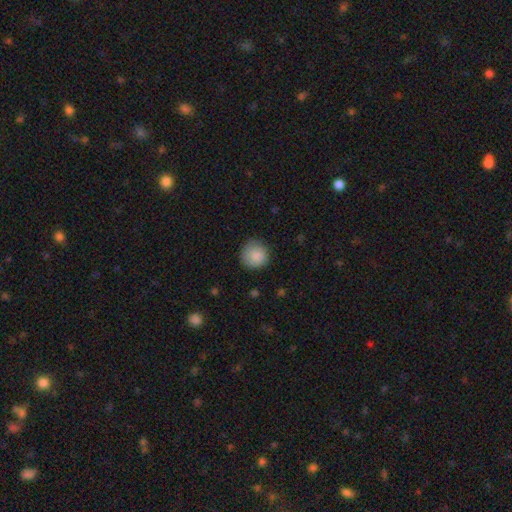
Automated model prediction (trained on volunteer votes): A smooth galaxy with no disk features (87%) that is round (94%). Merging: none (82%).